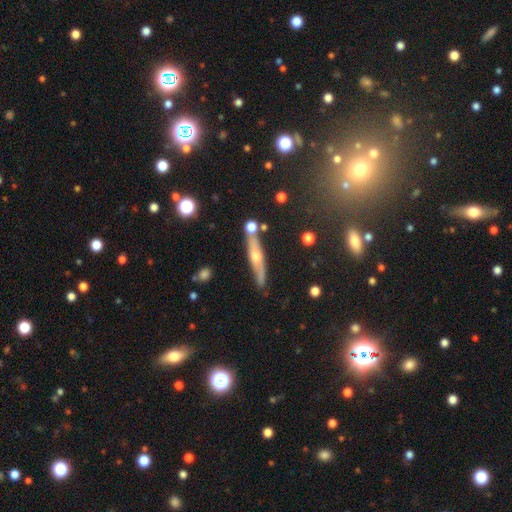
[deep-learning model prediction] Morphology: type=featured or disk (60%); edge-on=yes (85%); edge-on bulge=rounded (84%); merging=none (76%).